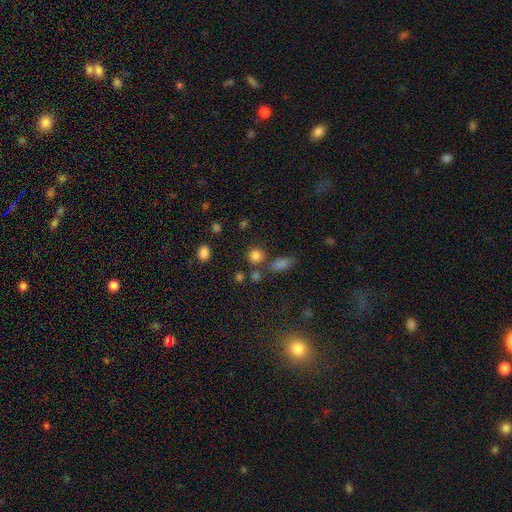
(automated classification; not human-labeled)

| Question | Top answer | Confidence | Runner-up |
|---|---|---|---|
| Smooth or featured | smooth | 81% | star or artifact (14%) |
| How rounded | round | 85% | in between (13%) |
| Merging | none | 71% | merger (15%) |